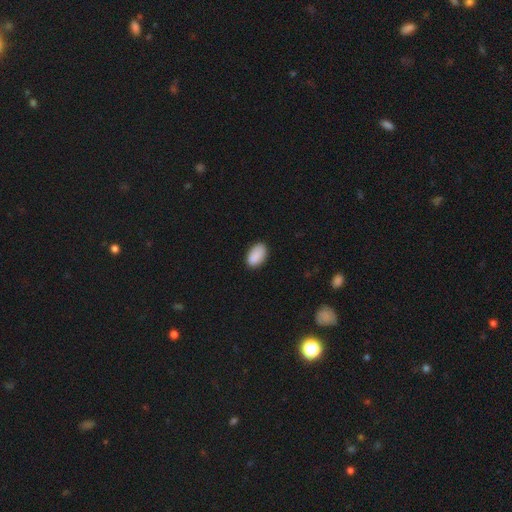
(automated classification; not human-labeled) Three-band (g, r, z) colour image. It shows a smooth galaxy with no disk features (89%) that is in between round and cigar-shaped (93%). Merging: none (82%).